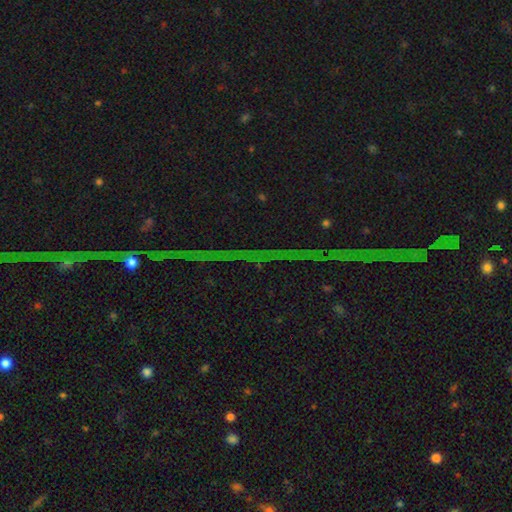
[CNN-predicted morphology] smooth-or-featured: star or artifact: 84% | featured or disk: 9% | smooth: 7%